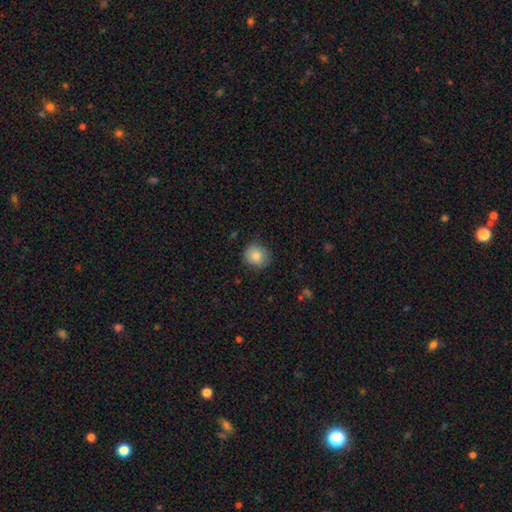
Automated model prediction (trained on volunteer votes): A smooth galaxy with no disk features (84%) that is round (84%).

Vote fractions:
- Smooth or featured? smooth: 84% / star or artifact: 9% / featured or disk: 7%
- How rounded? round: 84% / in between: 15% / cigar-shaped: 1%
- Merging? none: 85% / minor disturbance: 11% / major disturbance: 3% / merger: 1%